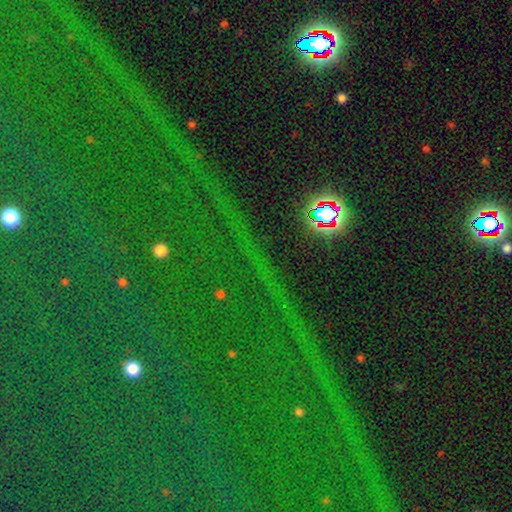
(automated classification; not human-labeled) star or artifact 84%, featured or disk 9%, smooth 8%.